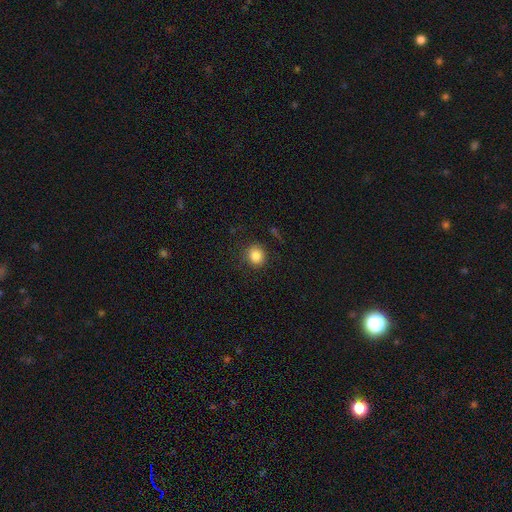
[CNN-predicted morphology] type=smooth (85%); roundness=round (85%); merging=none (85%).